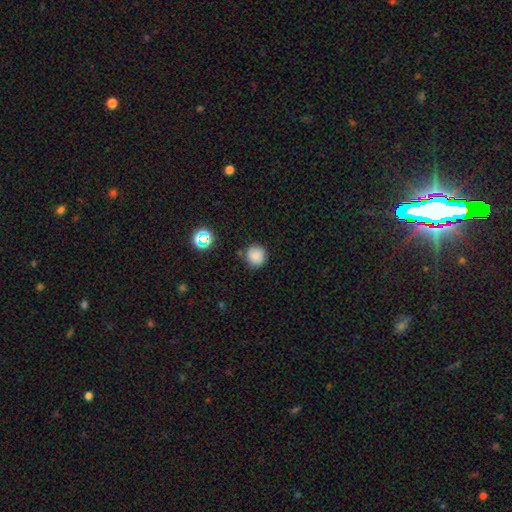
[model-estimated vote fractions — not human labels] The model was most divided on "merging": none: 77%, minor disturbance: 15%, merger: 4%, major disturbance: 4%. More confident: how rounded — round (89%); smooth or featured — smooth (78%).